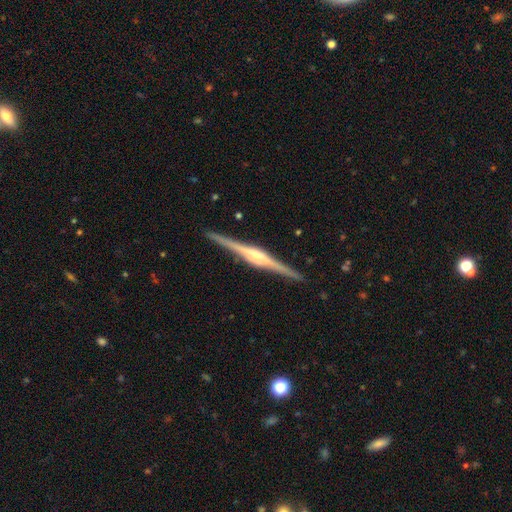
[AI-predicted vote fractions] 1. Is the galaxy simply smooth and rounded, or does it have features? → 88% featured or disk, 8% smooth, 4% star or artifact.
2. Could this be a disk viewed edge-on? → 99% yes, 1% no.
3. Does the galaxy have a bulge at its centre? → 71% rounded, 23% boxy, 6% none.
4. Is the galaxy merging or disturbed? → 92% none, 6% minor disturbance, 1% major disturbance, 1% merger.